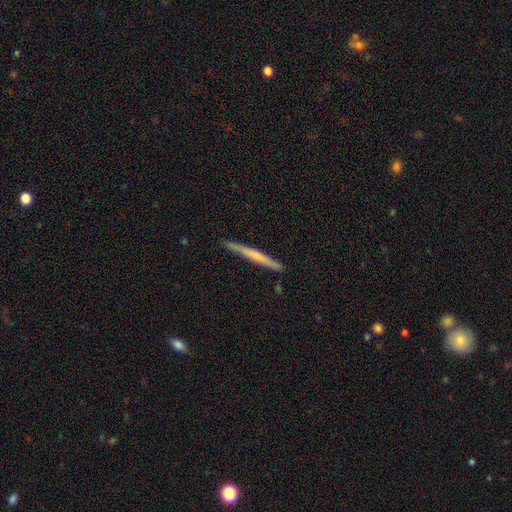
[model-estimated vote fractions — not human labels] Q: Smooth or featured?
A: smooth (52%); runner-up: featured or disk (43%)
Q: How rounded?
A: cigar-shaped (97%); runner-up: in between (2%)
Q: Merging?
A: none (89%); runner-up: minor disturbance (9%)